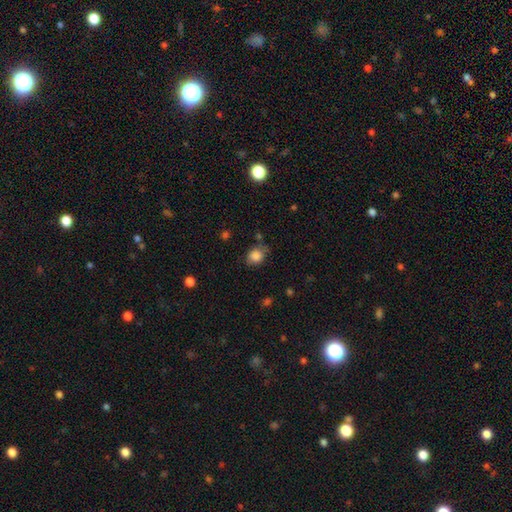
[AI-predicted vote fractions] A smooth galaxy with no disk features (84%) that is in between round and cigar-shaped (53%). Merging: none (67%).